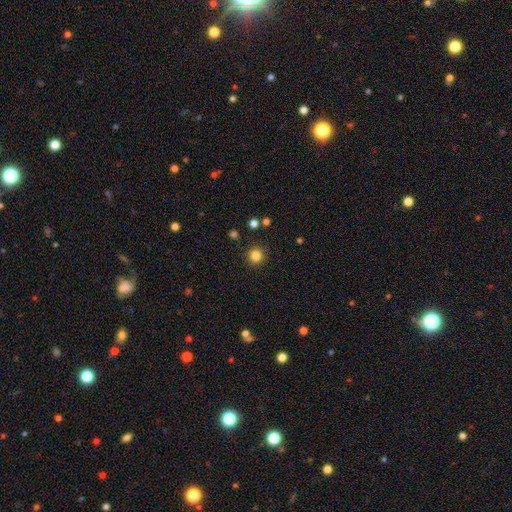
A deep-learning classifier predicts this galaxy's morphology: Smooth or featured? smooth (83%)
How rounded? round (95%)
Merging? none (91%)